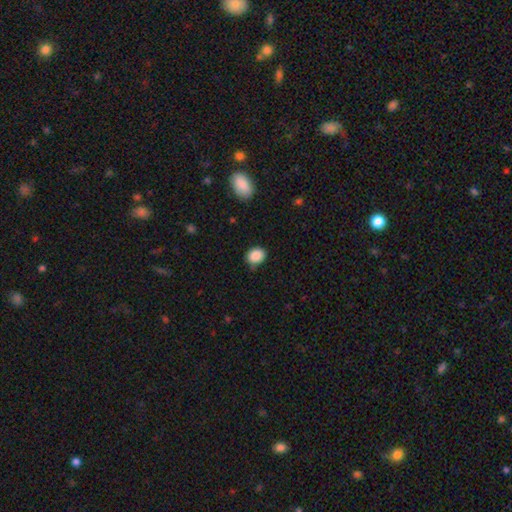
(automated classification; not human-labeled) A smooth galaxy with no disk features (88%) that is round (53%). Merging: none (78%).